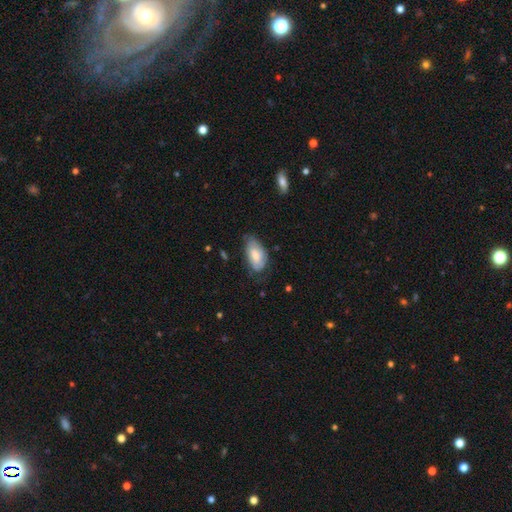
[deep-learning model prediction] smooth-or-featured: smooth: 56% | featured or disk: 38% | star or artifact: 6%
  how-rounded: in between: 92% | round: 4% | cigar-shaped: 4%
  merging: none: 54% | minor disturbance: 34% | major disturbance: 11% | merger: 2%